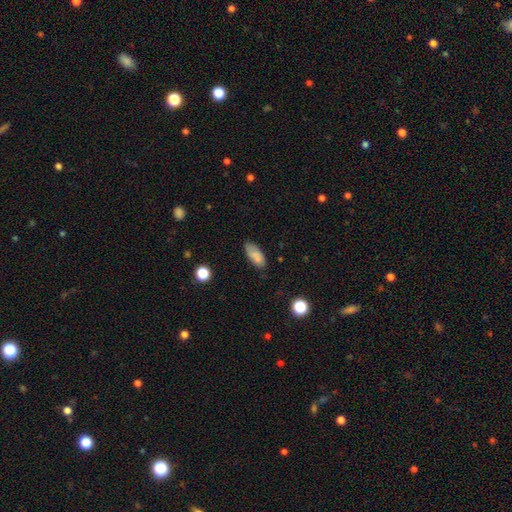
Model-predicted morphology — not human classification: Overall: smooth (77%). How rounded: in between (86%). Merging: none (69%).